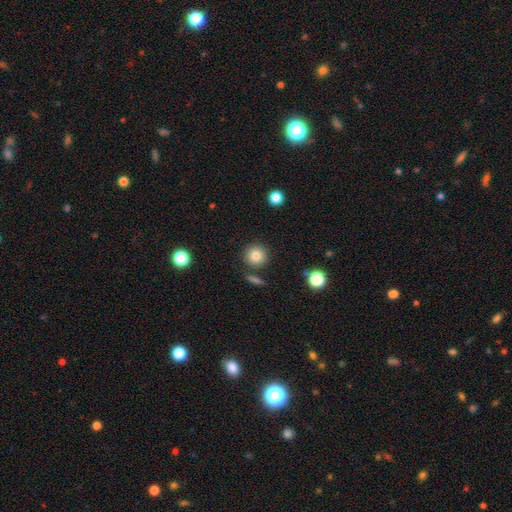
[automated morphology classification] type=smooth (83%); roundness=round (92%); merging=none (84%).